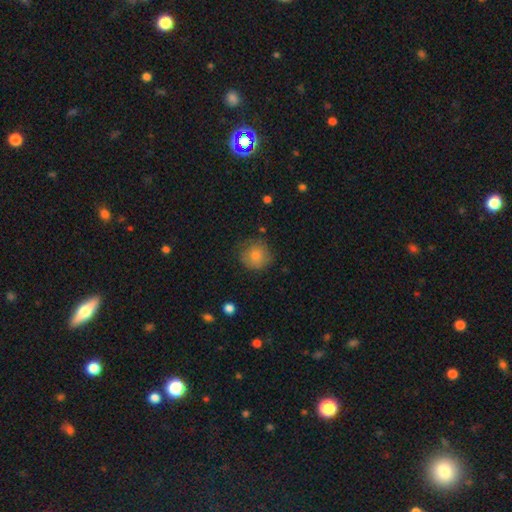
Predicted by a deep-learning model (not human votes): A smooth galaxy with no disk features (78%) that is round (88%). Merging: none (70%).